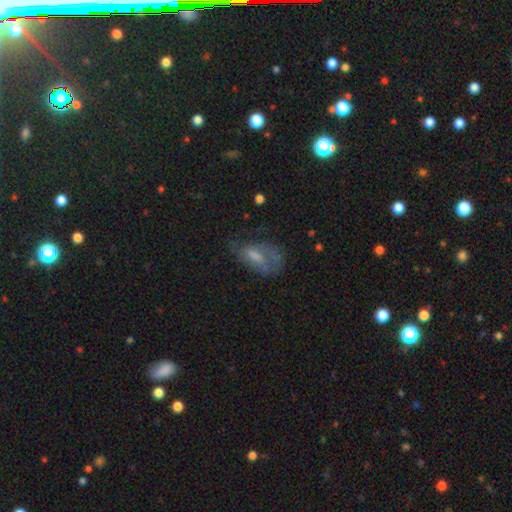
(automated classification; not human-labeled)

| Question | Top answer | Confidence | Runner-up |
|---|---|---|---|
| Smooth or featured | featured or disk | 50% | smooth (37%) |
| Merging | none | 45% | major disturbance (27%) |